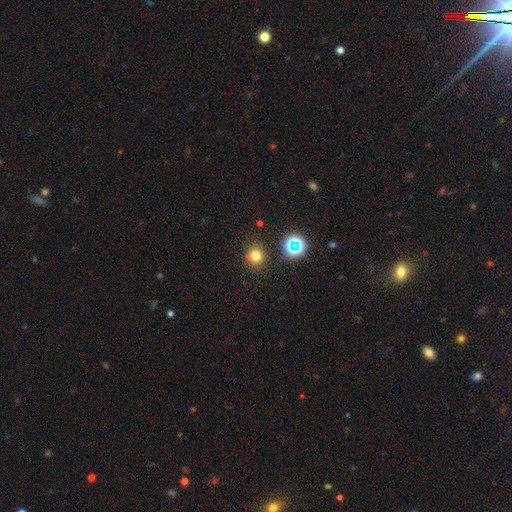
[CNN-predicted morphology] smooth 72%, star or artifact 20%, featured or disk 8%. Down the decision tree: how rounded — round (88%); merging — none (82%).